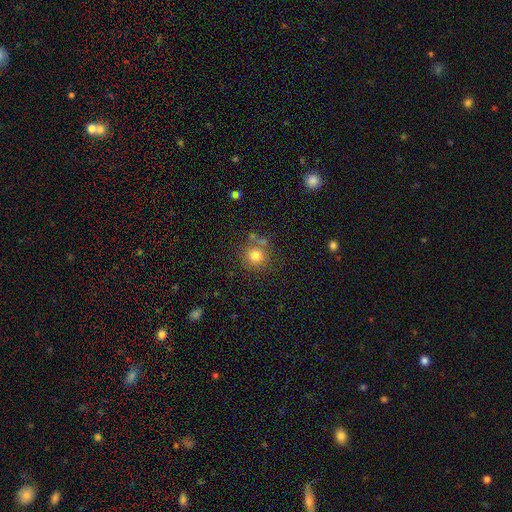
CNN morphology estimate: Smooth or featured? smooth (78%)
How rounded? round (90%)
Merging? none (72%)